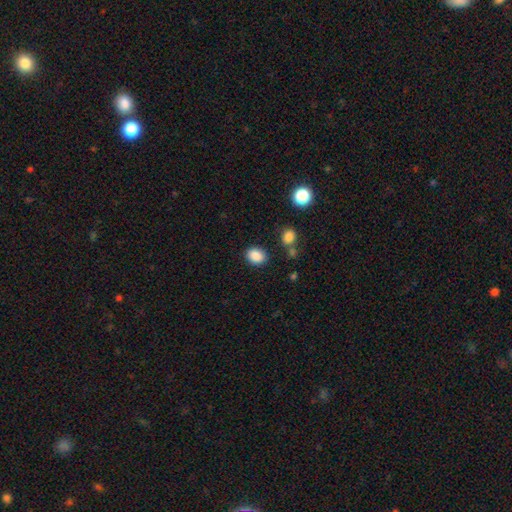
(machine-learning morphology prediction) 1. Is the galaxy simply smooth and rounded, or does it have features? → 87% smooth, 9% star or artifact, 4% featured or disk.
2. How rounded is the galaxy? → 56% in between, 43% round, 1% cigar-shaped.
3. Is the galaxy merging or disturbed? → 84% none, 10% minor disturbance, 3% merger, 3% major disturbance.